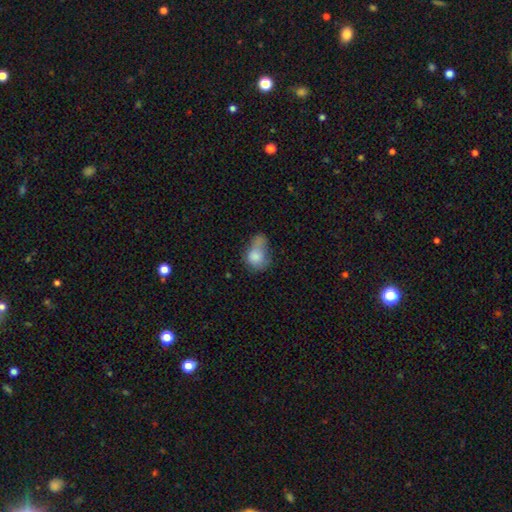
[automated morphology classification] Q: Smooth or featured?
A: smooth (75%); runner-up: featured or disk (15%)
Q: How rounded?
A: in between (64%); runner-up: round (34%)
Q: Merging?
A: major disturbance (28%); runner-up: merger (25%)